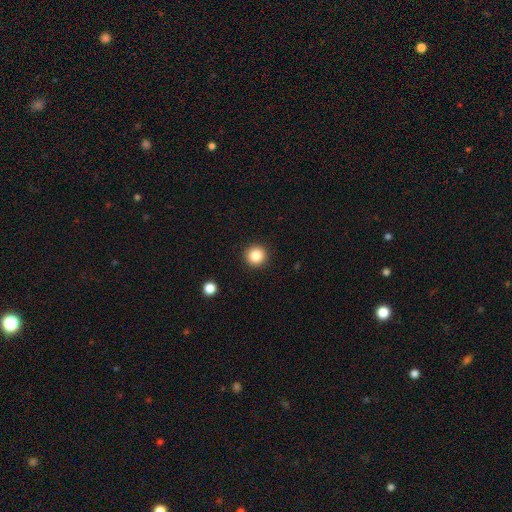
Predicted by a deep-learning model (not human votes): Smooth or featured: smooth — 85% (star or artifact — 10%)
How rounded: round — 96% (in between — 4%)
Merging: none — 92% (minor disturbance — 5%)